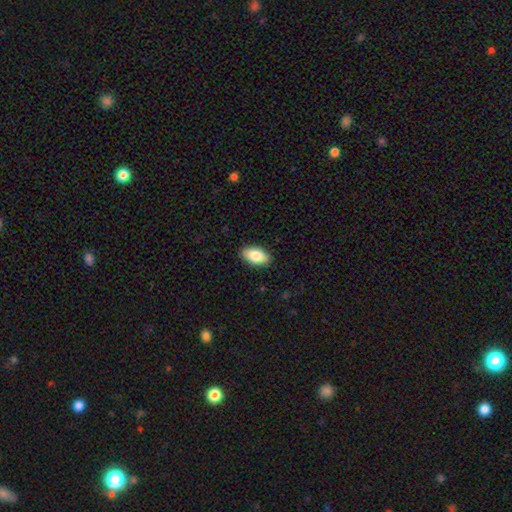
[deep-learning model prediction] smooth-or-featured: smooth: 85% | featured or disk: 9% | star or artifact: 6%
  how-rounded: in between: 94% | round: 3% | cigar-shaped: 3%
  merging: none: 89% | minor disturbance: 8% | major disturbance: 2% | merger: 1%